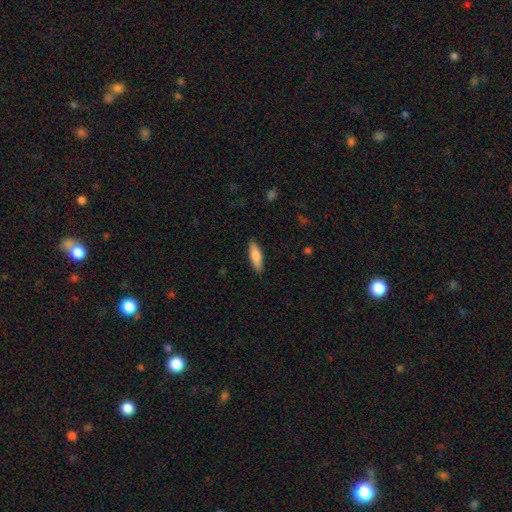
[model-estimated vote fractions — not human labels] smooth_or_featured: smooth (p=0.81) [alt: featured or disk p=0.13]
how_rounded: cigar-shaped (p=0.49) [tied with: in between p=0.49]
merging: none (p=0.87) [alt: minor disturbance p=0.10]